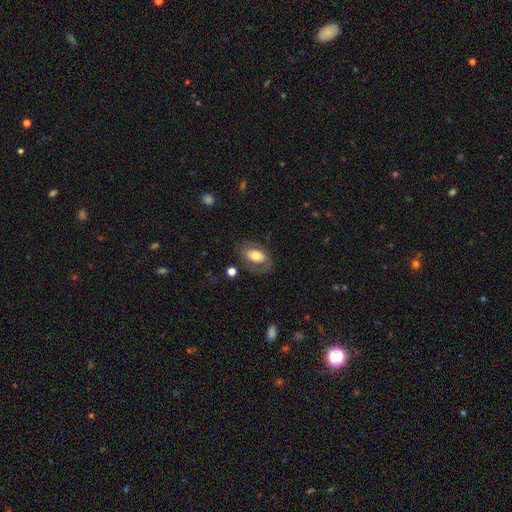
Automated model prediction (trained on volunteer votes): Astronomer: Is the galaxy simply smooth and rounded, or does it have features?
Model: smooth — 56% (runner-up: featured or disk, 37%).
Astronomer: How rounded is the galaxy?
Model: in between — 88%.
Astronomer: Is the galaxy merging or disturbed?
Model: none — 67%.